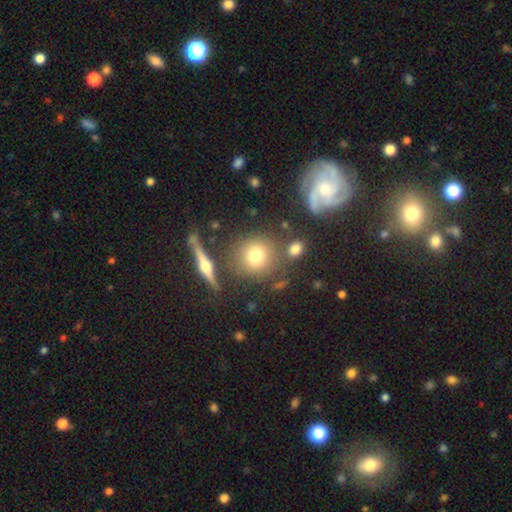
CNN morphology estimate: Q: Smooth or featured?
A: smooth (70%); runner-up: featured or disk (16%)
Q: How rounded?
A: round (87%); runner-up: in between (11%)
Q: Merging?
A: none (77%); runner-up: minor disturbance (10%)